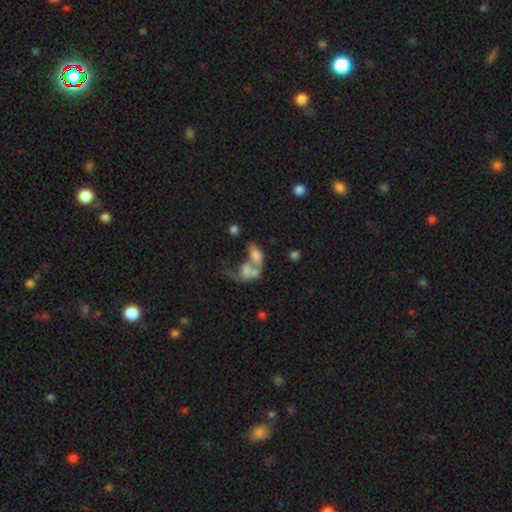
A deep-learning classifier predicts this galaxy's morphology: Smooth or featured?
  - smooth: 48% *
  - featured or disk: 40%
  - star or artifact: 12%
Merging?
  - merger: 64% *
  - major disturbance: 18%
  - none: 12%
  - minor disturbance: 6%